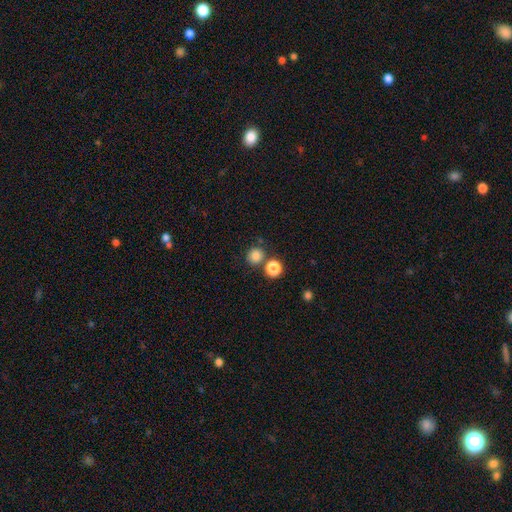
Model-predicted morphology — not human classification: Smooth or featured?
  - smooth: 82% *
  - star or artifact: 13%
  - featured or disk: 5%
How rounded?
  - round: 87% *
  - in between: 12%
  - cigar-shaped: 1%
Merging?
  - none: 73% *
  - merger: 16%
  - minor disturbance: 8%
  - major disturbance: 3%